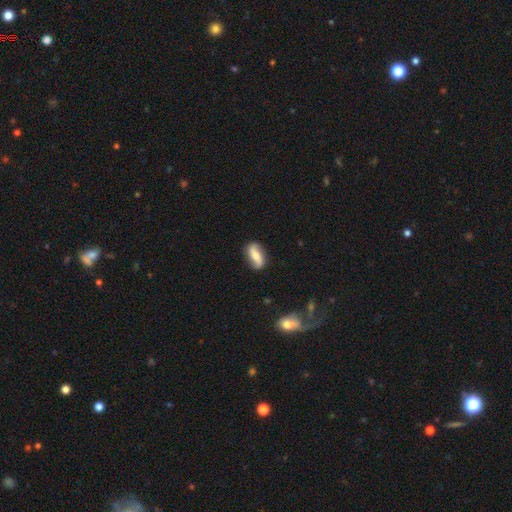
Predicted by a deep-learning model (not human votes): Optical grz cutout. It shows a featured or disk galaxy (59%) with a strong bar (36%, tied with no), spiral arms (86%) and a moderate central bulge (52%). Merging: none (82%).